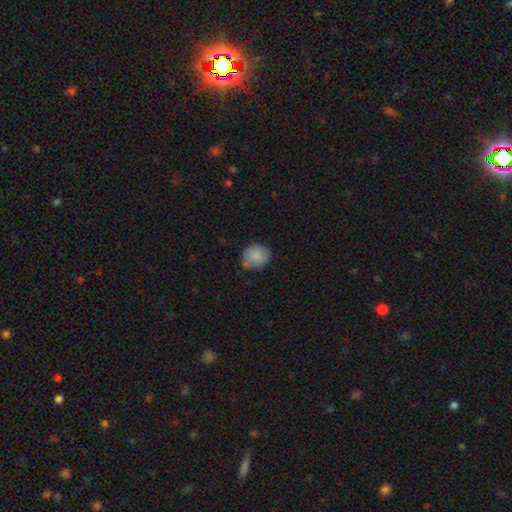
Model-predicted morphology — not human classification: smooth 85%, star or artifact 8%, featured or disk 7%. Down the decision tree: how rounded — round (79%); merging — none (63%).